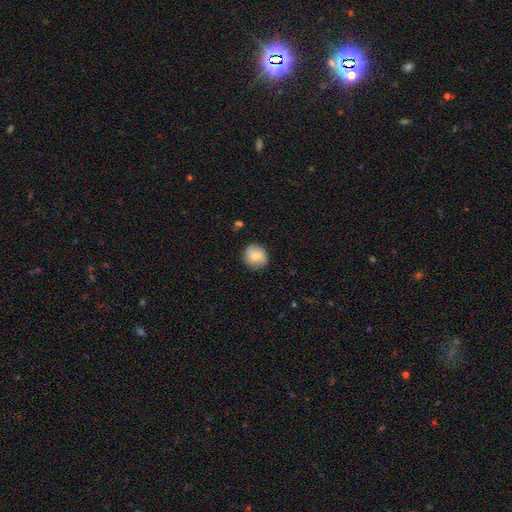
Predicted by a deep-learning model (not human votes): This appears to be a smooth galaxy with no disk features (78%) that is round (82%). Merging: none (84%).